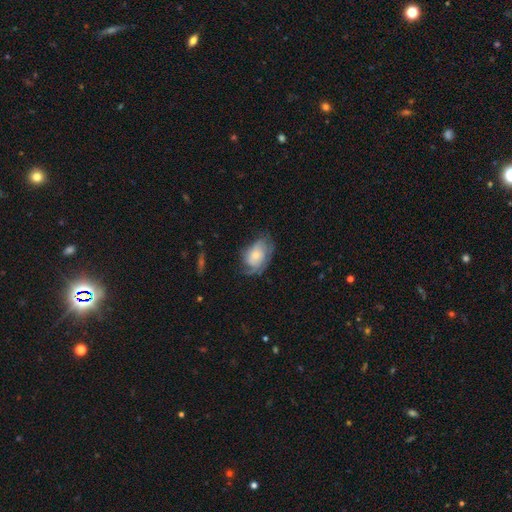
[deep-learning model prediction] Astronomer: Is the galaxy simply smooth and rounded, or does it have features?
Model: featured or disk — 50% (runner-up: smooth, 43%).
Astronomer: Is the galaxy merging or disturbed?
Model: none — 48% (runner-up: minor disturbance, 29%).